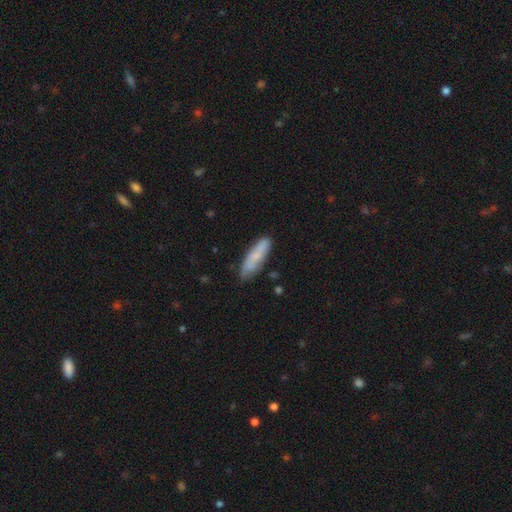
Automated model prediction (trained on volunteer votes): Smooth or featured: smooth — 61% (featured or disk — 32%)
How rounded: cigar-shaped — 62% (in between — 36%)
Merging: none — 76% (minor disturbance — 18%)